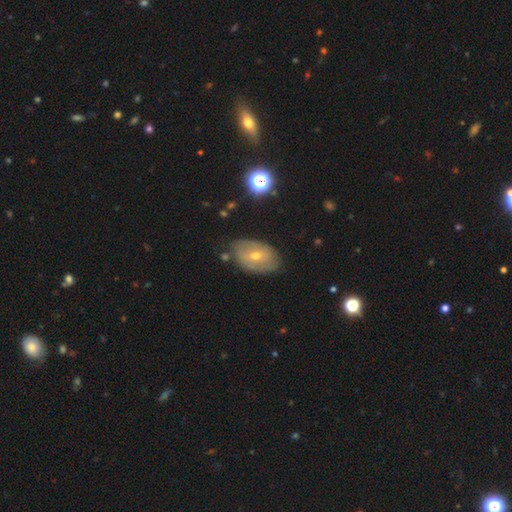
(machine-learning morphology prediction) Smooth or featured?
  - featured or disk: 50% *
  - smooth: 39%
  - star or artifact: 10%
Edge-on disk?
  - no: 90% *
  - yes: 10%
Merging?
  - none: 74% *
  - minor disturbance: 18%
  - major disturbance: 5%
  - merger: 2%